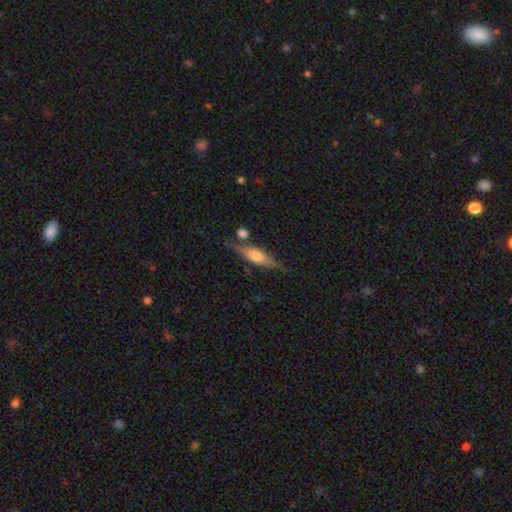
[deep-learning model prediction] This appears to be a featured or disk galaxy (69%) viewed edge-on (95%) with a rounded central bulge (83%). Merging: none (76%).